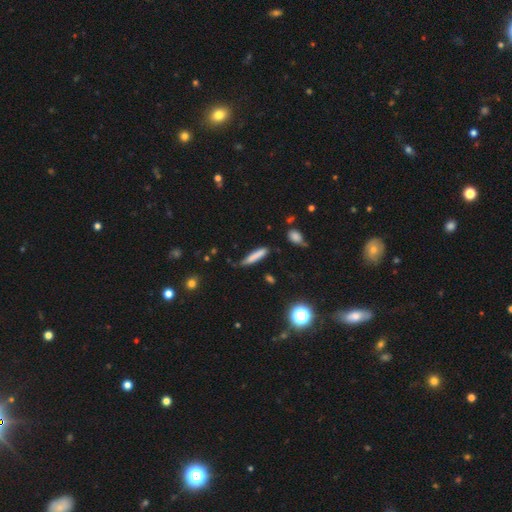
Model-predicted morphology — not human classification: Smooth or featured: smooth — 78% (featured or disk — 14%)
How rounded: cigar-shaped — 88% (in between — 10%)
Merging: none — 72% (minor disturbance — 21%)